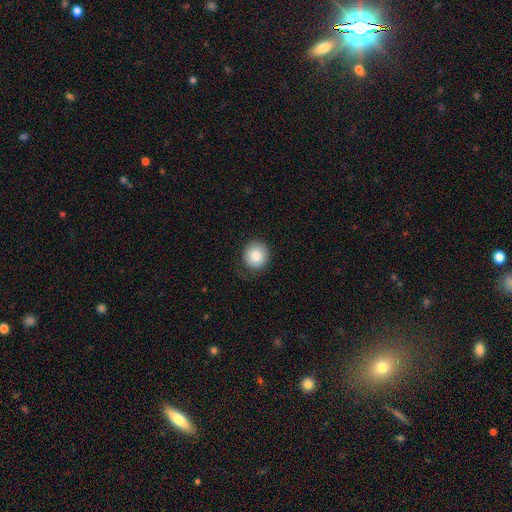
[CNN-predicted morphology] Smooth or featured?
  - smooth: 83% *
  - star or artifact: 9%
  - featured or disk: 9%
How rounded?
  - round: 90% *
  - in between: 9%
  - cigar-shaped: 1%
Merging?
  - none: 81% *
  - minor disturbance: 14%
  - major disturbance: 4%
  - merger: 1%